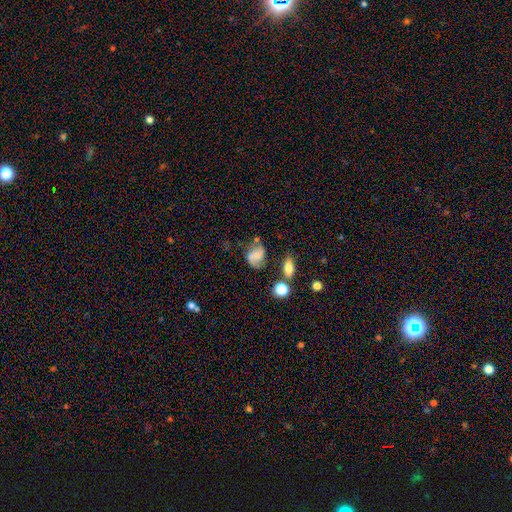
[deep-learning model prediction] smooth_or_featured: smooth (p=0.46) [alt: featured or disk p=0.43]
merging: none (p=0.52) [alt: minor disturbance p=0.25]